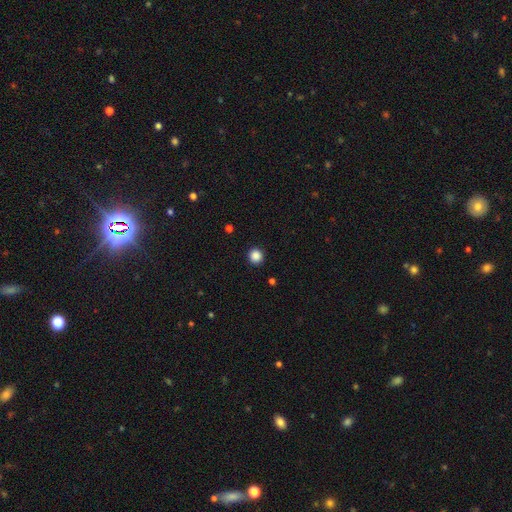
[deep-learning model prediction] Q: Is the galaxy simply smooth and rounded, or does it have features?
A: smooth — 87%.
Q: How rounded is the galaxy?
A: round — 94%.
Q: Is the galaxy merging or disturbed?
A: none — 93%.